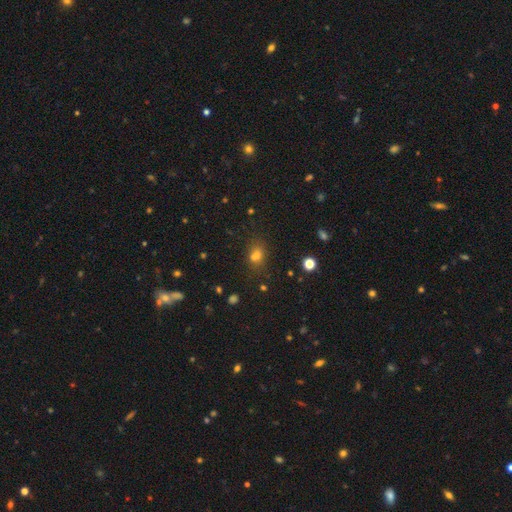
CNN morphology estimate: smooth_or_featured: smooth (p=0.66) [alt: star or artifact p=0.25]
how_rounded: in between (p=0.58) [alt: round p=0.39]
merging: none (p=0.62) [alt: merger p=0.17]